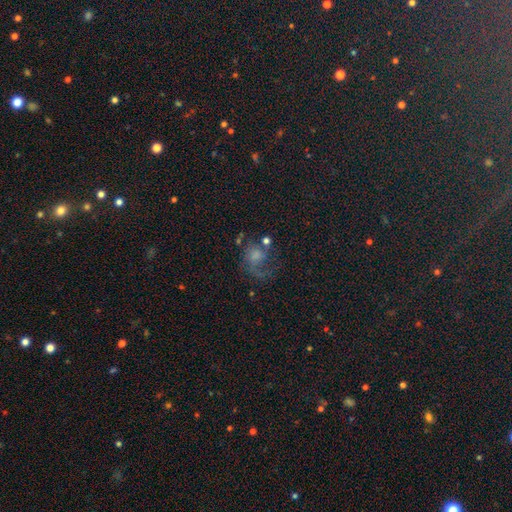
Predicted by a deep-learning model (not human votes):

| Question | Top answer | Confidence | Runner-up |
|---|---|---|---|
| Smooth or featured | featured or disk | 48% | smooth (27%) |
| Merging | none | 44% | major disturbance (32%) |